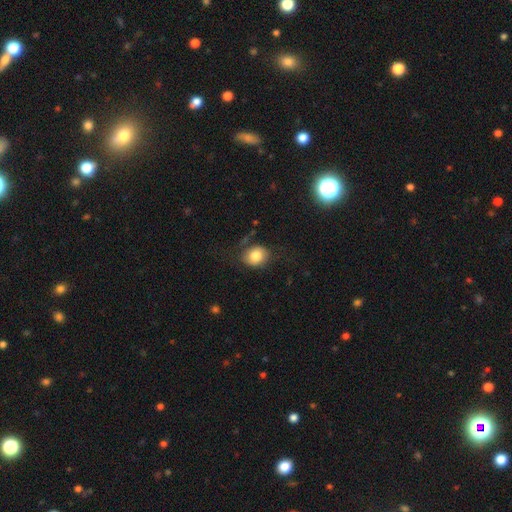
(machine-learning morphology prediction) Smooth or featured: smooth — 77% (featured or disk — 14%)
How rounded: round — 61% (in between — 38%)
Merging: none — 68% (minor disturbance — 19%)